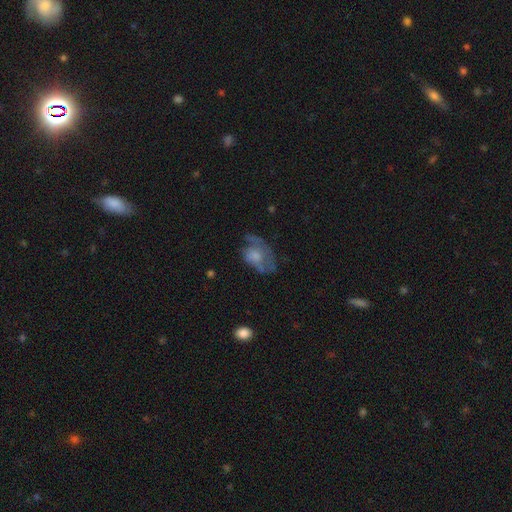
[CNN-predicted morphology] Smooth or featured: featured or disk — 48% (smooth — 43%)
Merging: none — 40% (major disturbance — 31%)